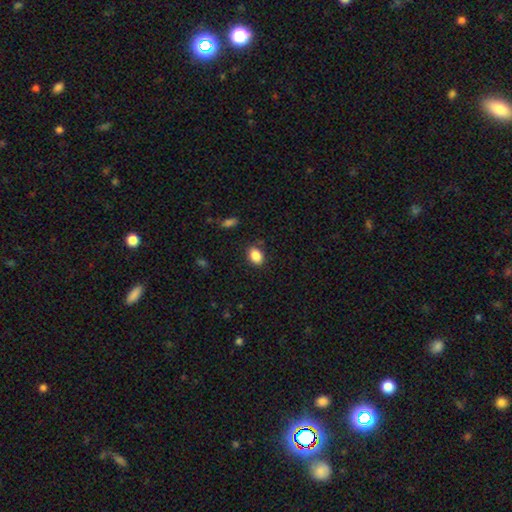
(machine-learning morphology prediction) This is clearly a smooth galaxy (87%). How rounded: likely in between (78%). Merging: clearly none (84%).